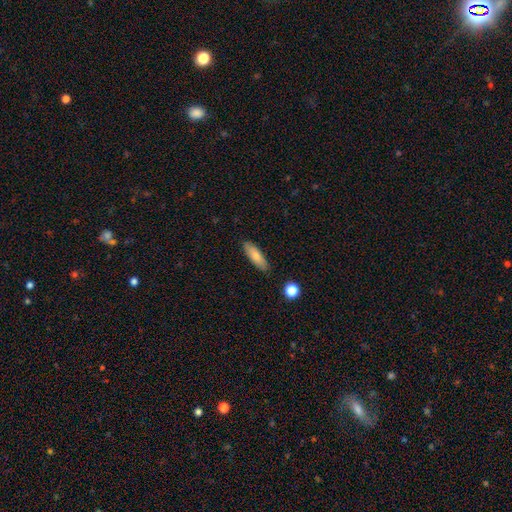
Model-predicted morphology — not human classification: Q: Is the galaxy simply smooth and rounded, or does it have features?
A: smooth — 79%.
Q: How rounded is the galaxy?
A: in between — 52%.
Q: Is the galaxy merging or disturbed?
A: none — 86%.